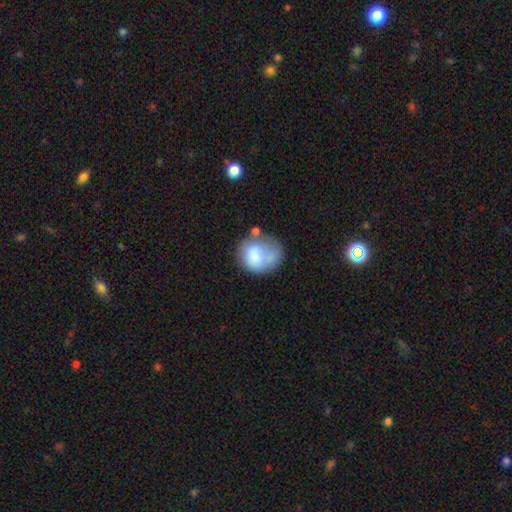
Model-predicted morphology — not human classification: type=smooth (71%); roundness=round (56%); merging=none (37%).